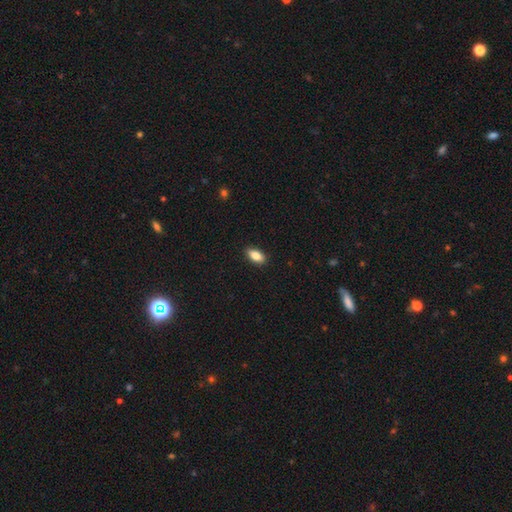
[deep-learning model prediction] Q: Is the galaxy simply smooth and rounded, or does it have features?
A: smooth — 84%.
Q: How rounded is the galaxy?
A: in between — 89%.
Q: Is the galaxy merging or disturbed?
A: none — 89%.